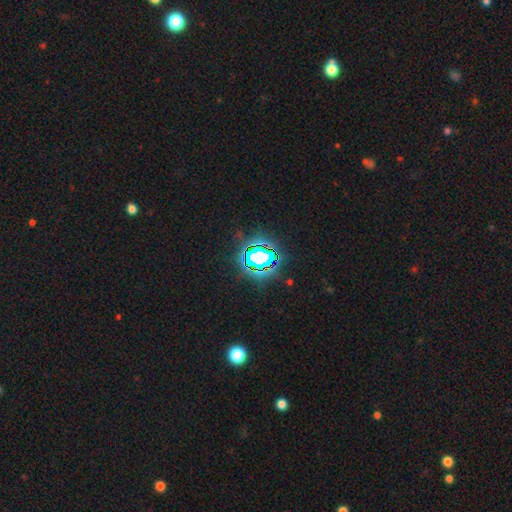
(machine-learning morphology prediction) Overall: star or artifact (81%).